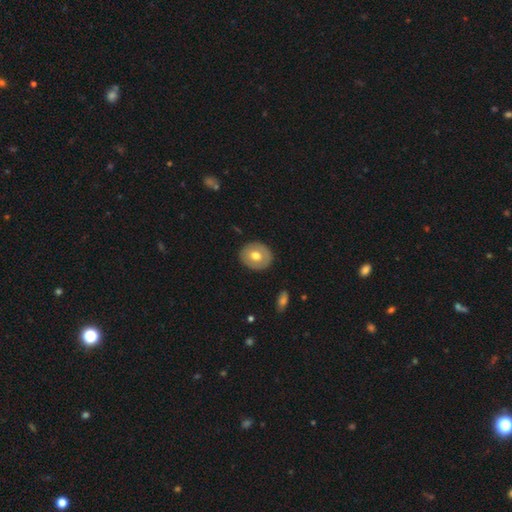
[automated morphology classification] Smooth or featured? smooth (63%)
How rounded? round (74%)
Merging? none (89%)